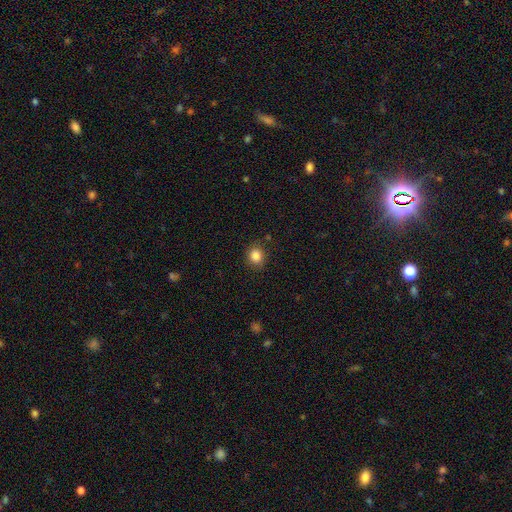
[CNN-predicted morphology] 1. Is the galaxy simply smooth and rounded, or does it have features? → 86% smooth, 10% star or artifact, 4% featured or disk.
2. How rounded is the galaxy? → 72% round, 27% in between, 1% cigar-shaped.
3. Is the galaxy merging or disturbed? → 84% none, 11% minor disturbance, 3% major disturbance, 2% merger.